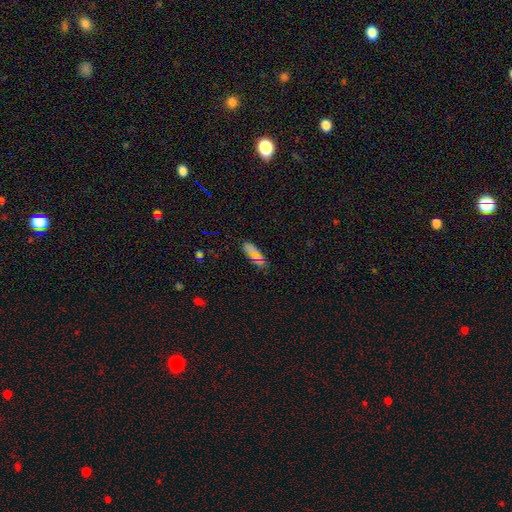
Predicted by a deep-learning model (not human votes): Smooth or featured? smooth (70%)
How rounded? in between (83%)
Merging? none (84%)